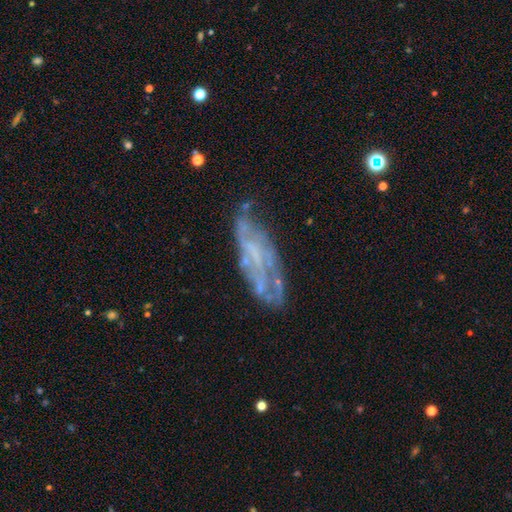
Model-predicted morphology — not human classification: featured or disk 67%, smooth 22%, star or artifact 11%. Down the decision tree: edge-on disk — no (83%); bar — no (66%); spiral arms — no (52%); bulge size — none (62%); merging — none (54%).